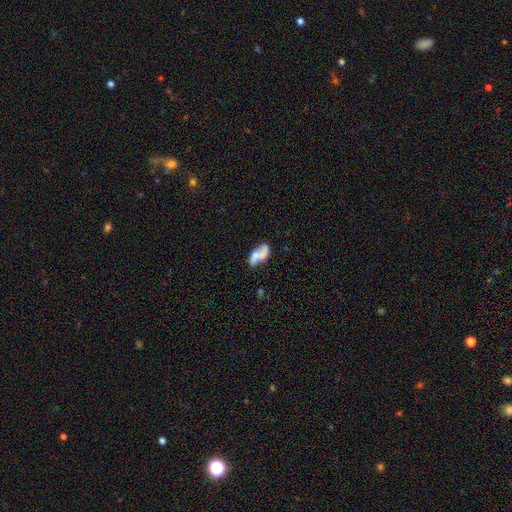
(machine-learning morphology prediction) The model was most divided on "merging": merger: 30%, none: 28%, major disturbance: 22%, minor disturbance: 20%. More confident: how rounded — in between (85%); smooth or featured — smooth (51%).